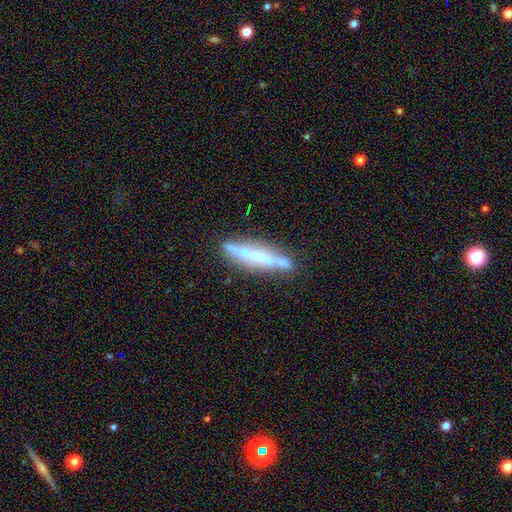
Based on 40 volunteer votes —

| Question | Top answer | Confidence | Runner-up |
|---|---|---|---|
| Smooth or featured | featured or disk | 80% | star or artifact (12%) |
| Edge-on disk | yes | 100% | — |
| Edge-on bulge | boxy | 38% | none (34%) |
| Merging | none | 89% | minor disturbance (9%) |